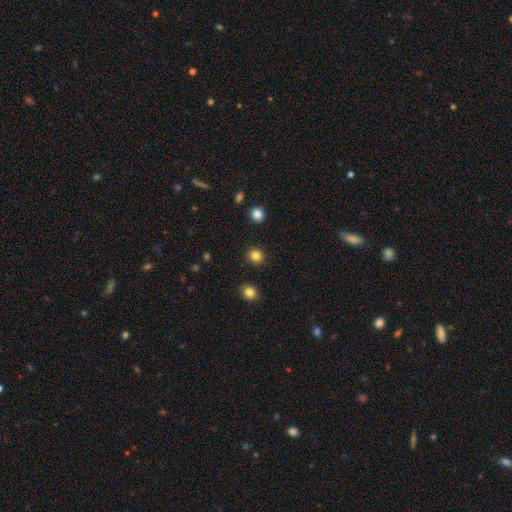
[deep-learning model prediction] Smooth or featured?
  - smooth: 84% *
  - star or artifact: 12%
  - featured or disk: 4%
How rounded?
  - round: 88% *
  - in between: 11%
  - cigar-shaped: 1%
Merging?
  - none: 92% *
  - minor disturbance: 5%
  - major disturbance: 2%
  - merger: 2%